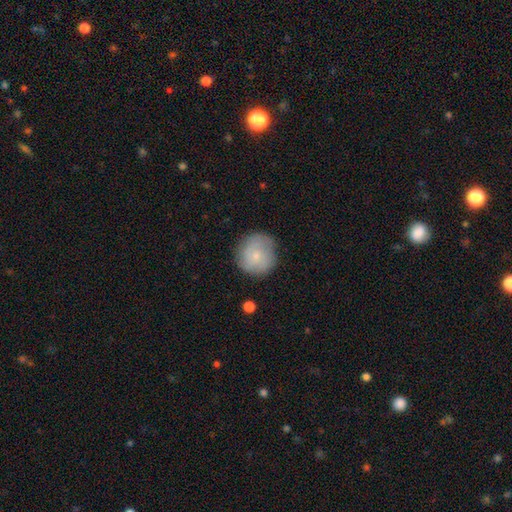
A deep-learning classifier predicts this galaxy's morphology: type=smooth (67%); roundness=round (92%); merging=none (77%).